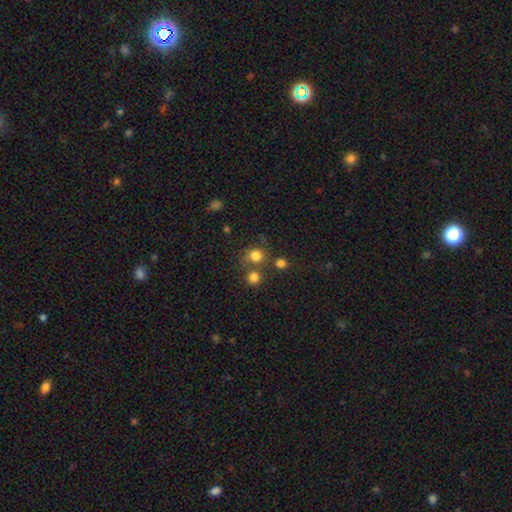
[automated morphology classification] Smooth or featured: smooth — 79% (star or artifact — 15%)
How rounded: round — 85% (in between — 14%)
Merging: none — 64% (merger — 21%)